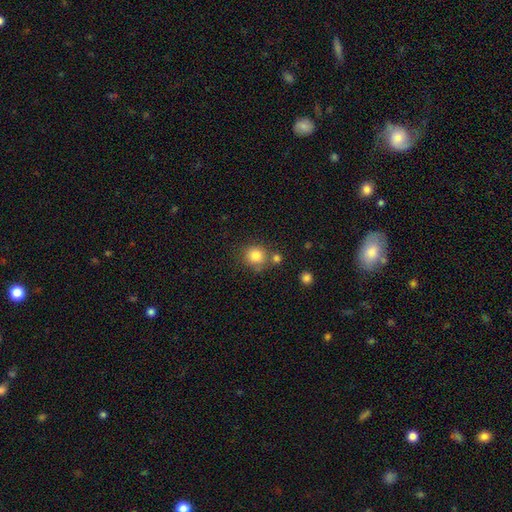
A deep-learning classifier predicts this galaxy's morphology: Q: Smooth or featured?
A: smooth (83%); runner-up: star or artifact (11%)
Q: How rounded?
A: round (89%); runner-up: in between (10%)
Q: Merging?
A: none (71%); runner-up: merger (15%)